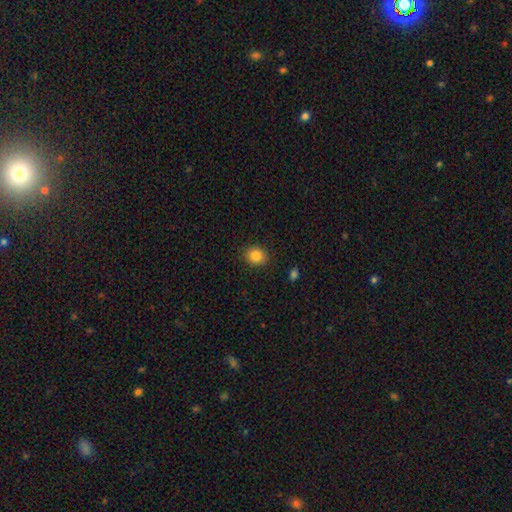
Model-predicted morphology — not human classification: Smooth or featured?
  - smooth: 85% *
  - star or artifact: 10%
  - featured or disk: 5%
How rounded?
  - round: 71% *
  - in between: 28%
  - cigar-shaped: 1%
Merging?
  - none: 89% *
  - minor disturbance: 7%
  - major disturbance: 2%
  - merger: 1%